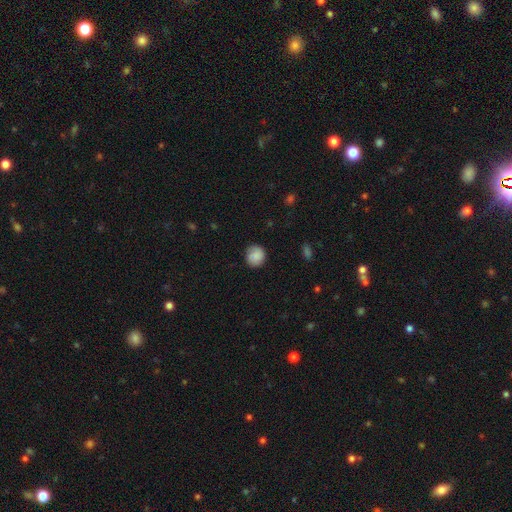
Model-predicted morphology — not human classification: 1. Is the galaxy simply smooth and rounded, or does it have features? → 85% smooth, 8% featured or disk, 8% star or artifact.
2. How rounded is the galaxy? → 84% round, 15% in between, 1% cigar-shaped.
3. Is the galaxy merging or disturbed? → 83% none, 13% minor disturbance, 3% major disturbance, 1% merger.